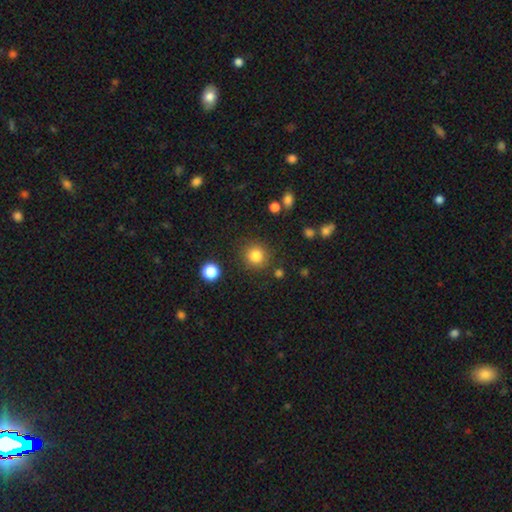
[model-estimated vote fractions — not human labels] Smooth or featured? smooth (83%)
How rounded? round (92%)
Merging? none (86%)